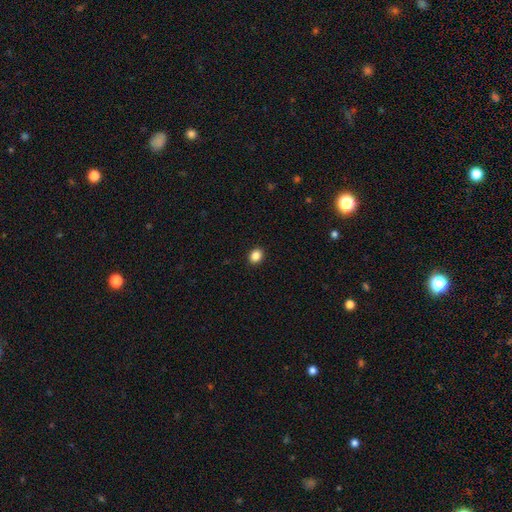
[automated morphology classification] smooth 87%, star or artifact 10%, featured or disk 4%. Down the decision tree: how rounded — round (53%); merging — none (92%).